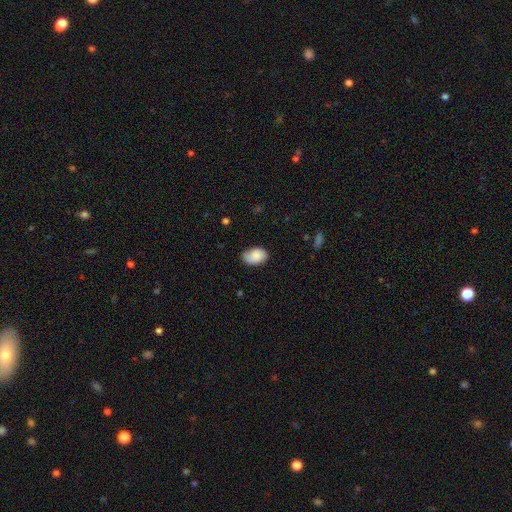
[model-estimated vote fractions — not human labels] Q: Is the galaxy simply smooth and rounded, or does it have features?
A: smooth — 85%.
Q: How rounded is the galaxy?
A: in between — 87%.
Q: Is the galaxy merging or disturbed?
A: none — 70%.